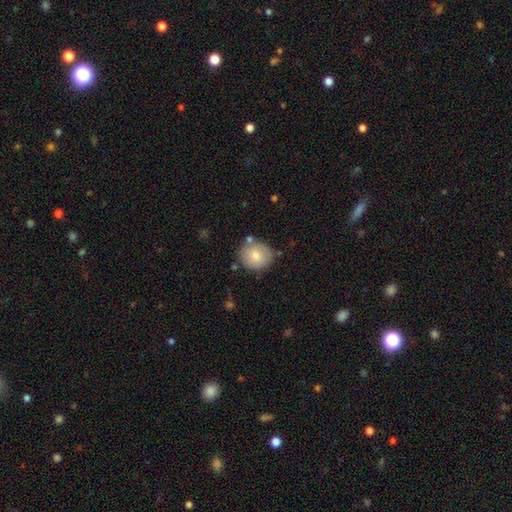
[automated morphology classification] Smooth or featured? smooth (78%)
How rounded? round (86%)
Merging? none (78%)